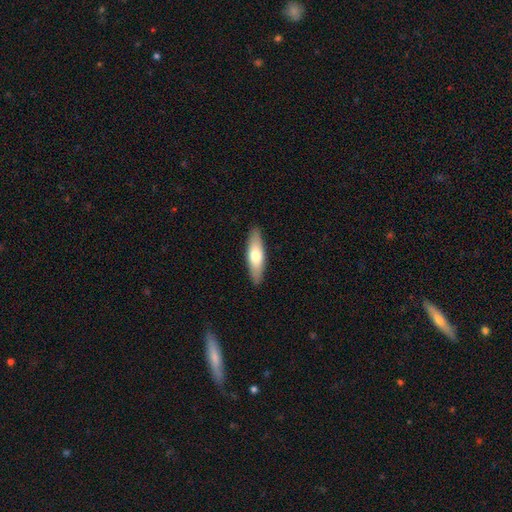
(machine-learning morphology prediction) A smooth galaxy with no disk features (64%) that is cigar-shaped (56%).

Vote fractions:
- Smooth or featured? smooth: 64% / featured or disk: 31% / star or artifact: 5%
- How rounded? cigar-shaped: 56% / in between: 42% / round: 2%
- Merging? none: 89% / minor disturbance: 8% / major disturbance: 2% / merger: 1%